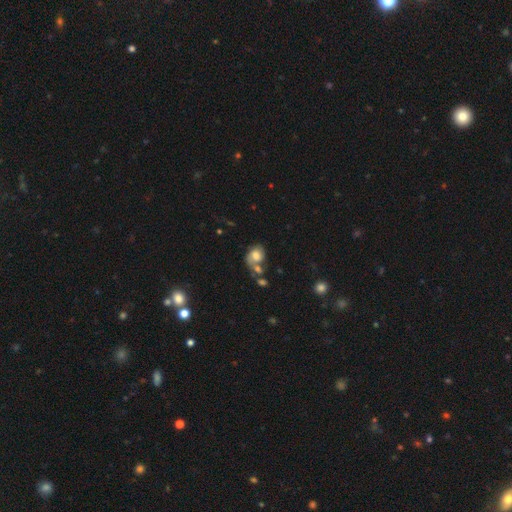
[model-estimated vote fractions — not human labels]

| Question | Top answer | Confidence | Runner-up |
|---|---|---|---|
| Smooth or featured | smooth | 58% | featured or disk (32%) |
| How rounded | in between | 53% | round (46%) |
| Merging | none | 34% | merger (32%) |